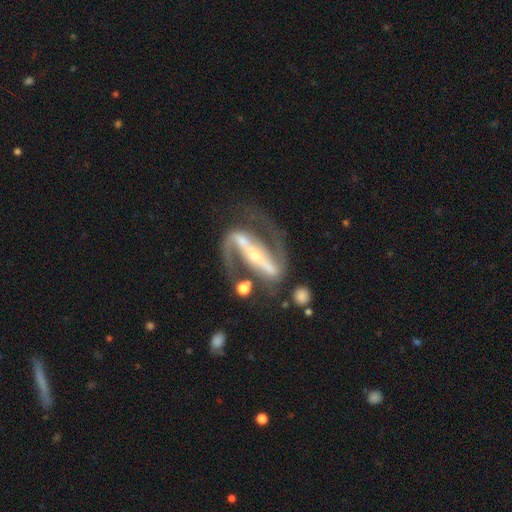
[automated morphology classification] smooth_or_featured: featured or disk (p=0.92) [alt: smooth p=0.04]
disk_edge_on: no (p=0.92) [alt: yes p=0.08]
bar: strong (p=0.84) [alt: weak p=0.09]
has_spiral_arms: yes (p=0.96) [alt: no p=0.04]
spiral_winding: medium (p=0.53) [alt: loose p=0.24]
spiral_arm_count: 2 (p=0.92) [alt: 1 p=0.03]
bulge_size: small (p=0.62) [alt: moderate p=0.32]
merging: none (p=0.68) [alt: minor disturbance p=0.14]